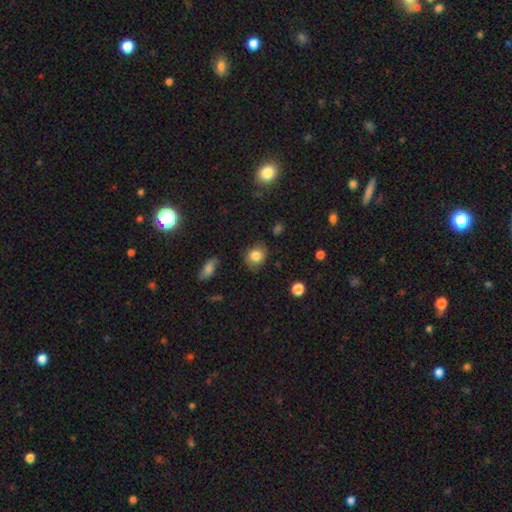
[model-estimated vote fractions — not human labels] smooth 82%, star or artifact 9%, featured or disk 9%. Down the decision tree: how rounded — round (62%); merging — none (78%).